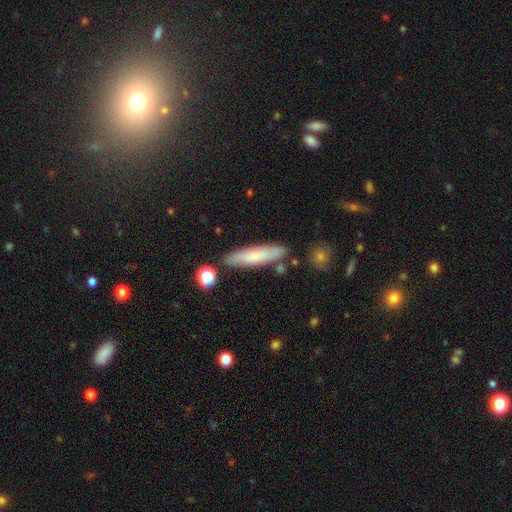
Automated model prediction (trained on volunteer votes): Morphology: type=smooth (70%); roundness=cigar-shaped (80%); merging=none (80%).